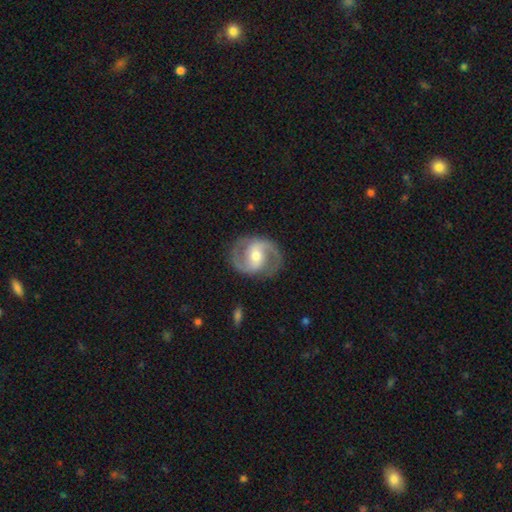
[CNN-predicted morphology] Smooth or featured? Predicted: featured or disk (p=0.88). Edge-on disk? Predicted: no (p=0.98). Bar? Predicted: weak (p=0.47). Spiral arms? Predicted: yes (p=0.95). Spiral winding? Predicted: medium (p=0.59). Spiral arm count? Predicted: 2 (p=0.93). Bulge size? Predicted: moderate (p=0.66). Merging? Predicted: none (p=0.85).